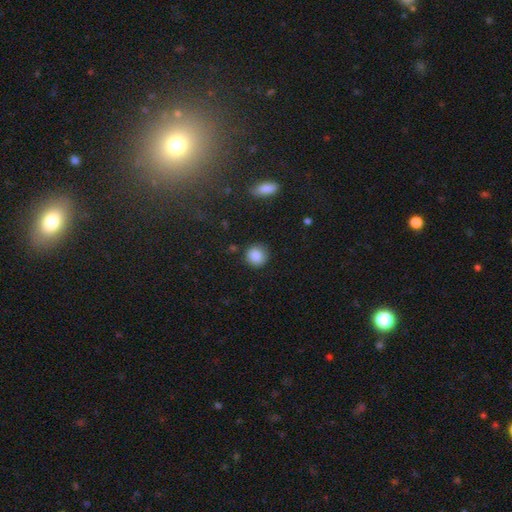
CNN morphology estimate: The model was most divided on "merging": none: 86%, minor disturbance: 10%, major disturbance: 3%, merger: 2%. More confident: how rounded — round (91%); smooth or featured — smooth (87%).